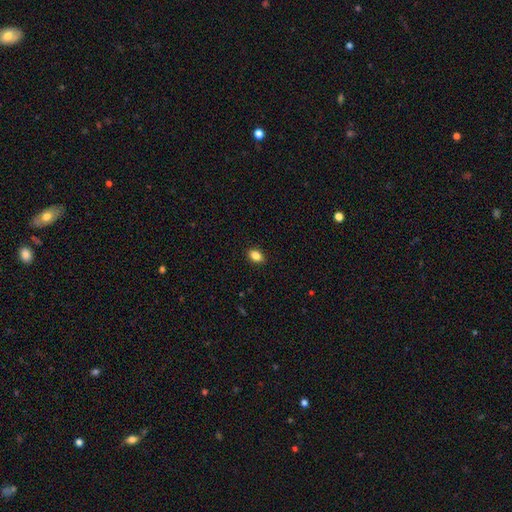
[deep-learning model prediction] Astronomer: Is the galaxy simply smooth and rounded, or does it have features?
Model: smooth — 86%.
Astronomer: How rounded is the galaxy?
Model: in between — 82%.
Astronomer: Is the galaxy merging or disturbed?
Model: none — 90%.